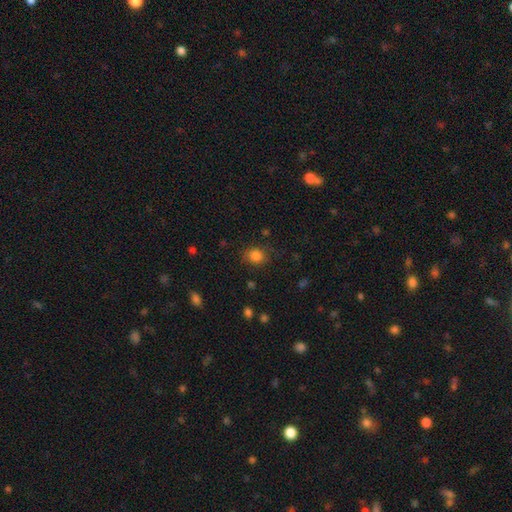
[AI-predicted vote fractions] smooth_or_featured: smooth (p=0.83) [alt: star or artifact p=0.12]
how_rounded: round (p=0.69) [alt: in between p=0.30]
merging: none (p=0.79) [alt: minor disturbance p=0.15]